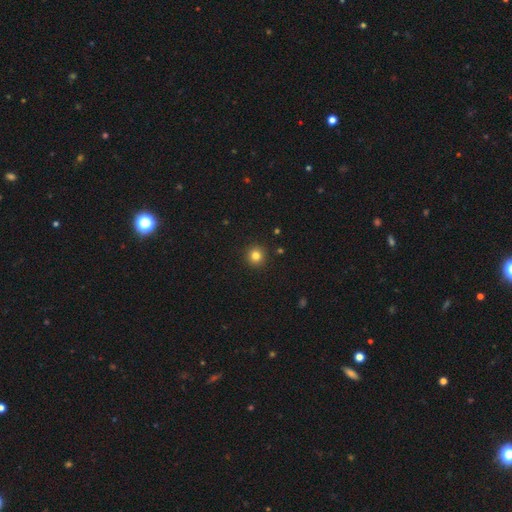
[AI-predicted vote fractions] Smooth or featured? Predicted: smooth (p=0.82). How rounded? Predicted: round (p=0.95). Merging? Predicted: none (p=0.93).